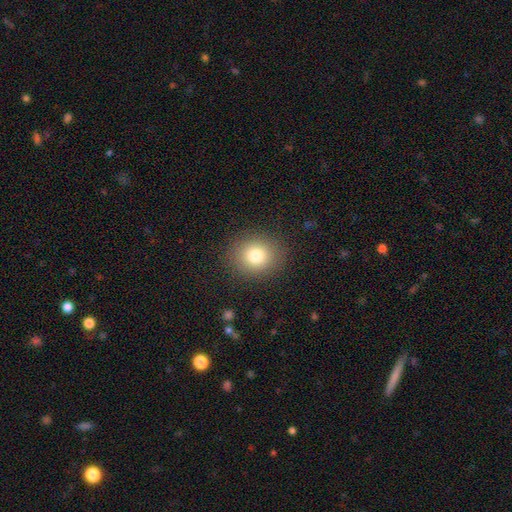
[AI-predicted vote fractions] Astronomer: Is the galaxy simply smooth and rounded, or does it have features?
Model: smooth — 79%.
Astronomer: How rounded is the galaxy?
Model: round — 79%.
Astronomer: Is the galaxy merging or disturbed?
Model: none — 88%.